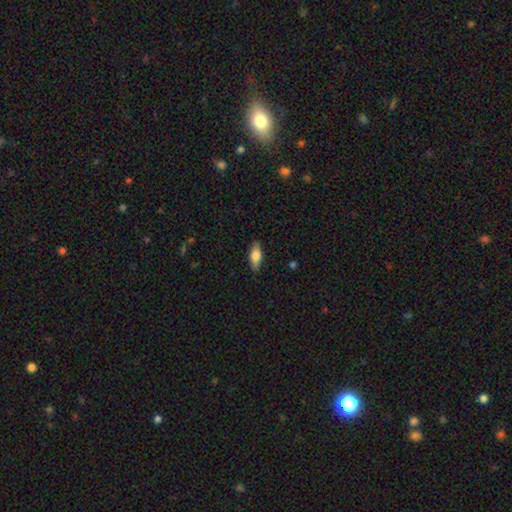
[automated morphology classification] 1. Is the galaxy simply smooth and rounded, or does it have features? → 74% smooth, 20% featured or disk, 6% star or artifact.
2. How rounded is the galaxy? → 75% in between, 22% cigar-shaped, 3% round.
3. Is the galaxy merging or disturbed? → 86% none, 11% minor disturbance, 2% major disturbance, 1% merger.